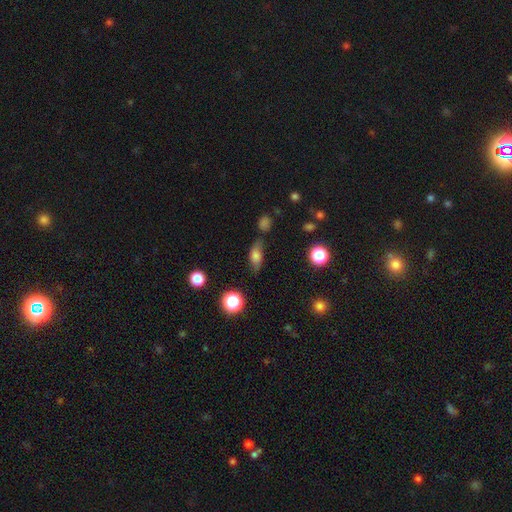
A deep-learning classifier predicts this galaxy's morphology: The model was most divided on "merging": none: 65%, minor disturbance: 21%, major disturbance: 7%, merger: 7%. More confident: how rounded — in between (73%); smooth or featured — smooth (69%).